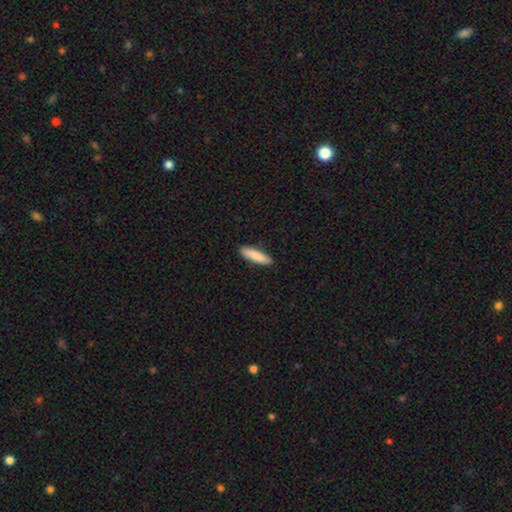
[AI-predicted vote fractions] Q: Smooth or featured?
A: smooth (85%); runner-up: featured or disk (10%)
Q: How rounded?
A: cigar-shaped (72%); runner-up: in between (26%)
Q: Merging?
A: none (90%); runner-up: minor disturbance (8%)